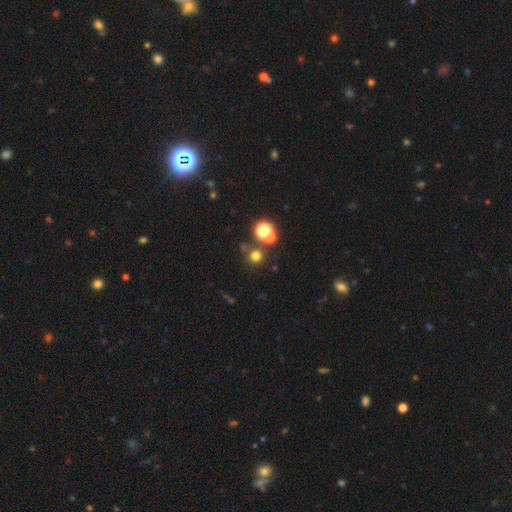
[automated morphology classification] smooth_or_featured: smooth (p=0.68) [alt: star or artifact p=0.24]
how_rounded: round (p=0.94) [alt: in between p=0.05]
merging: none (p=0.75) [alt: merger p=0.14]